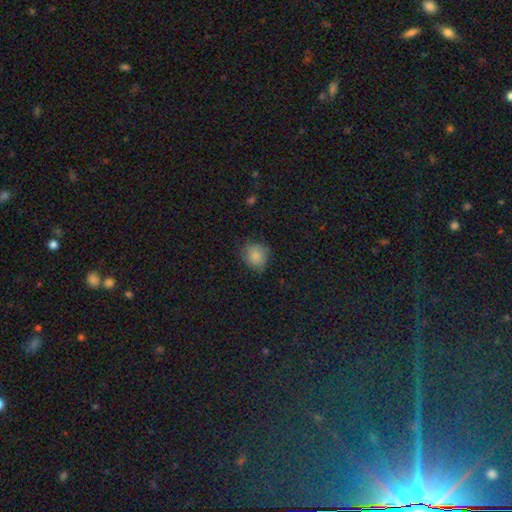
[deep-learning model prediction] smooth_or_featured: smooth (p=0.84) [alt: star or artifact p=0.09]
how_rounded: round (p=0.71) [alt: in between p=0.28]
merging: none (p=0.71) [alt: minor disturbance p=0.22]